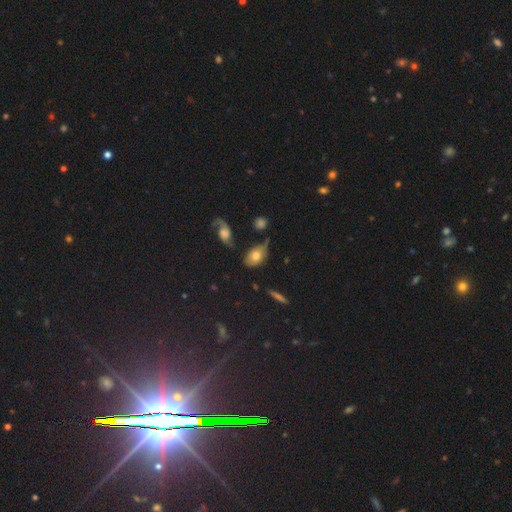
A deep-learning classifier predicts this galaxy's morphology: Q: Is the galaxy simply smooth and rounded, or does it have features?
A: smooth — 67%.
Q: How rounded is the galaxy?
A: in between — 86%.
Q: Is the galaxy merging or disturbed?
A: none — 45%.